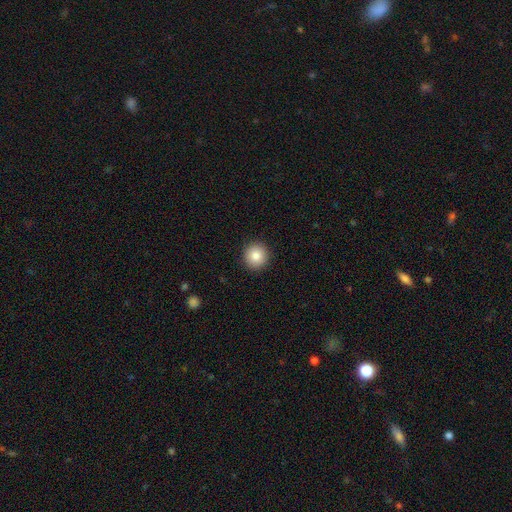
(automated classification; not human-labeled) smooth_or_featured: smooth (p=0.85) [alt: star or artifact p=0.09]
how_rounded: round (p=0.94) [alt: in between p=0.05]
merging: none (p=0.93) [alt: minor disturbance p=0.05]